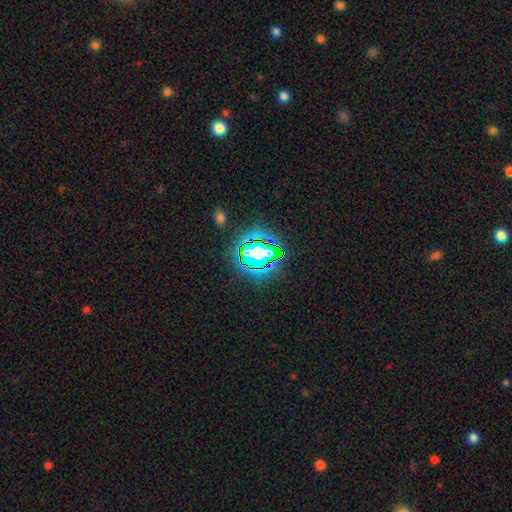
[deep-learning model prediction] Smooth or featured?
  - star or artifact: 75% *
  - smooth: 15%
  - featured or disk: 10%